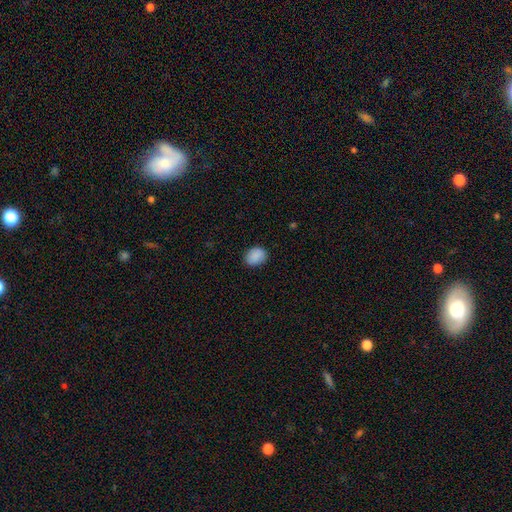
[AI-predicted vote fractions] Q: Smooth or featured?
A: smooth (89%); runner-up: star or artifact (8%)
Q: How rounded?
A: in between (58%); runner-up: round (41%)
Q: Merging?
A: none (86%); runner-up: minor disturbance (11%)